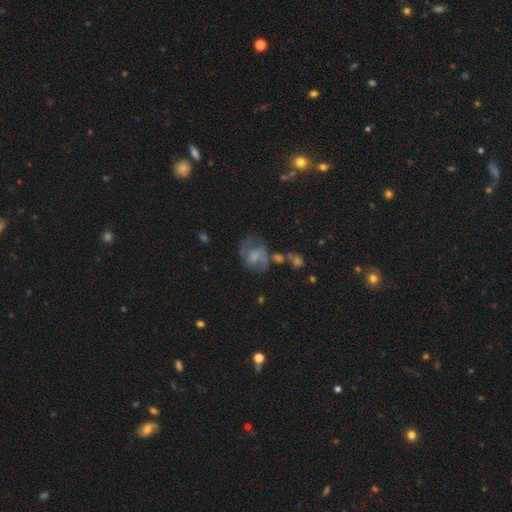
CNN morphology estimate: A featured or disk galaxy (55%) with no bar (49%), spiral arms (72%) and no central bulge (36%). Merging: none (47%).